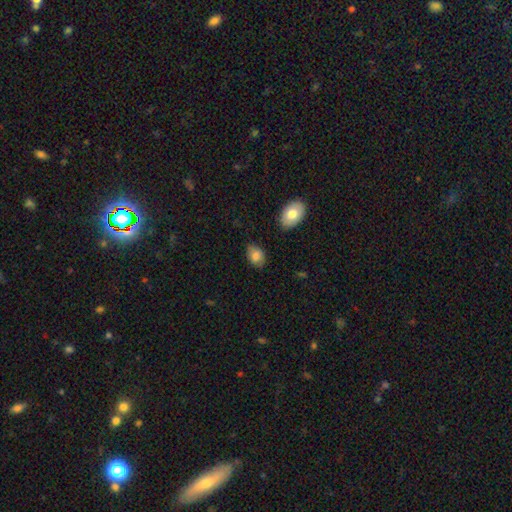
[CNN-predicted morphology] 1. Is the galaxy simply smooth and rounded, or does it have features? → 79% smooth, 13% featured or disk, 8% star or artifact.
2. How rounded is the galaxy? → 81% in between, 17% round, 1% cigar-shaped.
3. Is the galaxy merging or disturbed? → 75% none, 19% minor disturbance, 4% major disturbance, 2% merger.